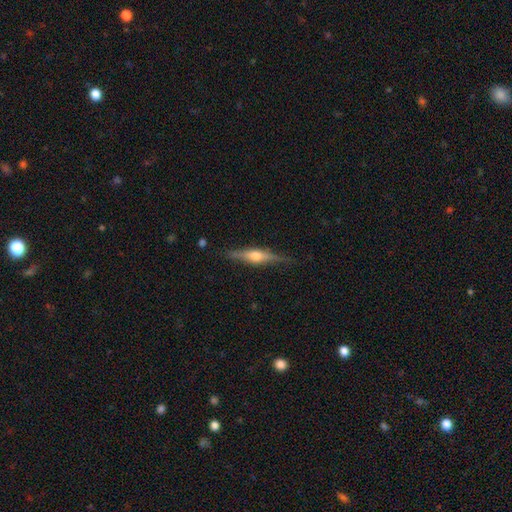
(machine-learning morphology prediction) Smooth or featured? Predicted: featured or disk (p=0.71). Edge-on disk? Predicted: yes (p=0.97). Edge-on bulge? Predicted: rounded (p=0.91). Merging? Predicted: none (p=0.85).